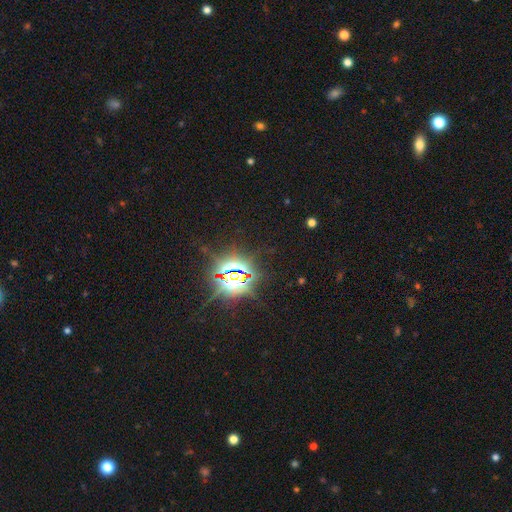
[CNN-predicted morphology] Overall: star or artifact (84%).